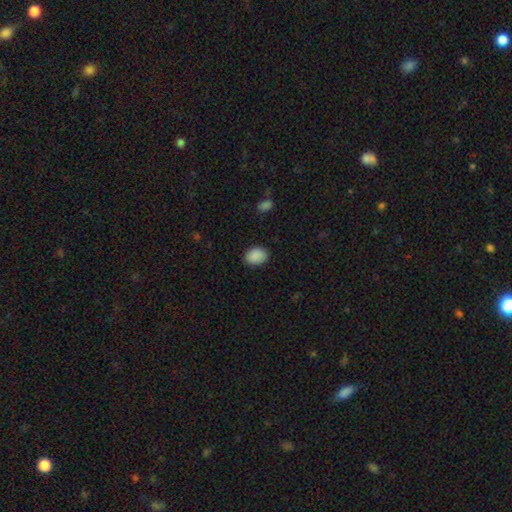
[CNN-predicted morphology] Smooth or featured? Predicted: smooth (p=0.90). How rounded? Predicted: in between (p=0.65). Merging? Predicted: none (p=0.86).